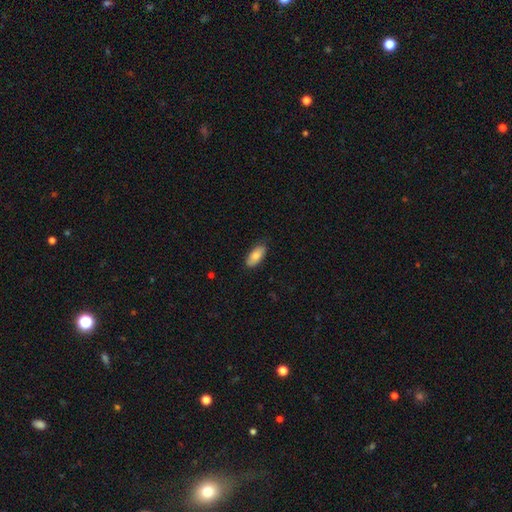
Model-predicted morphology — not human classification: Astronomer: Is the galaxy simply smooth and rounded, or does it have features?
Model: smooth — 82%.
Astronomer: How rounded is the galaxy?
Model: in between — 85%.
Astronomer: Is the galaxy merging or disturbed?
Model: none — 82%.